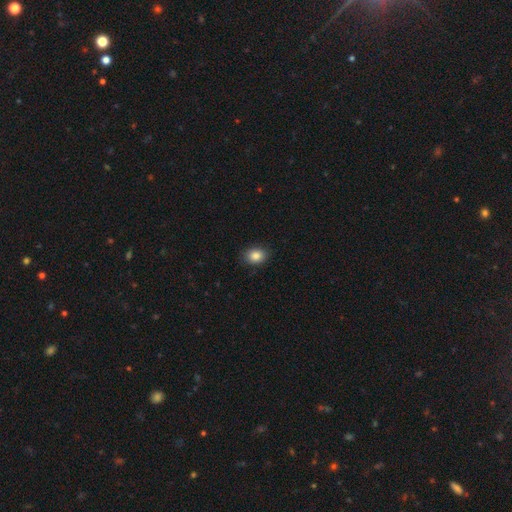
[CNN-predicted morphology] A smooth galaxy with no disk features (86%) that is in between round and cigar-shaped (64%).

Vote fractions:
- Smooth or featured? smooth: 86% / star or artifact: 9% / featured or disk: 5%
- How rounded? in between: 64% / round: 35% / cigar-shaped: 1%
- Merging? none: 86% / minor disturbance: 11% / major disturbance: 2% / merger: 1%